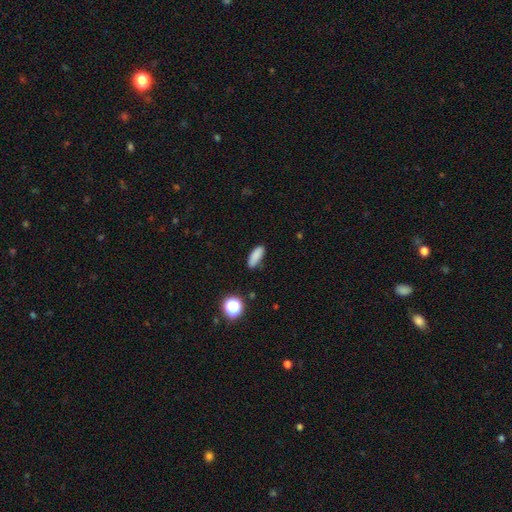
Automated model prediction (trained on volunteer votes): Smooth or featured? Predicted: smooth (p=0.85). How rounded? Predicted: in between (p=0.64). Merging? Predicted: none (p=0.83).